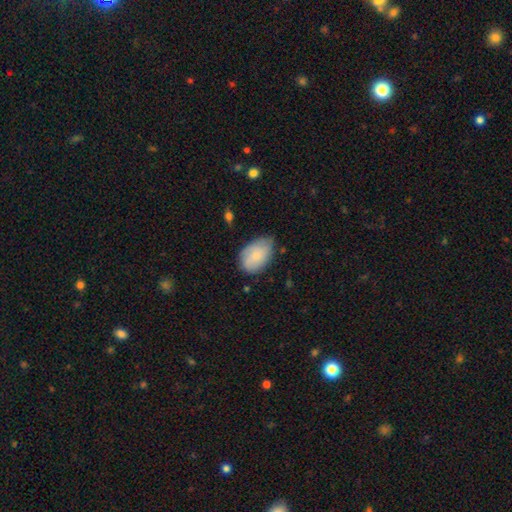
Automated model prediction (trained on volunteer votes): The model was most divided on "merging": none: 57%, minor disturbance: 34%, major disturbance: 7%, merger: 2%. More confident: how rounded — in between (88%); smooth or featured — smooth (76%).